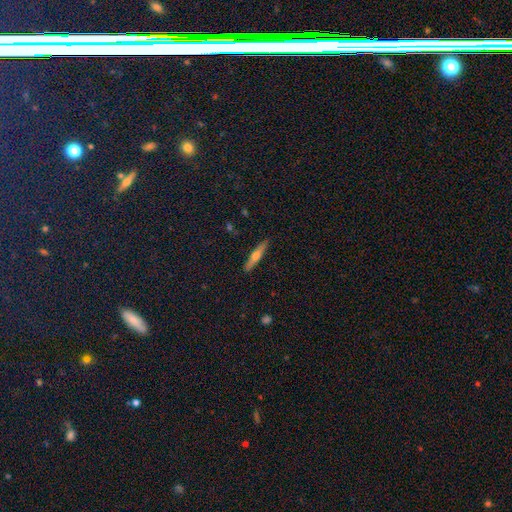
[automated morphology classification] A featured or disk galaxy (49%). Merging: none (90%).